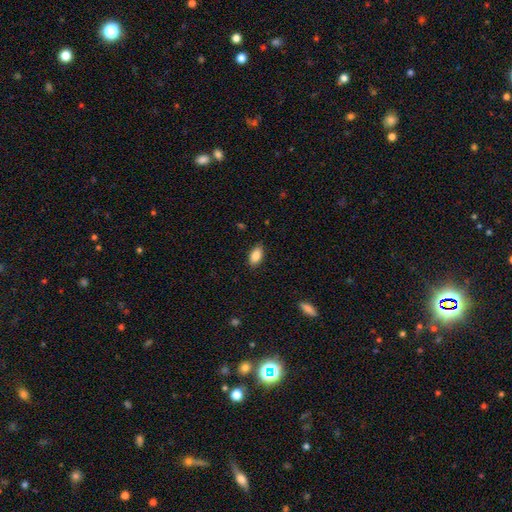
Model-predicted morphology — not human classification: A smooth galaxy with no disk features (87%) that is in between round and cigar-shaped (91%).

Vote fractions:
- Smooth or featured? smooth: 87% / star or artifact: 7% / featured or disk: 6%
- How rounded? in between: 91% / round: 5% / cigar-shaped: 4%
- Merging? none: 86% / minor disturbance: 11% / major disturbance: 2% / merger: 1%